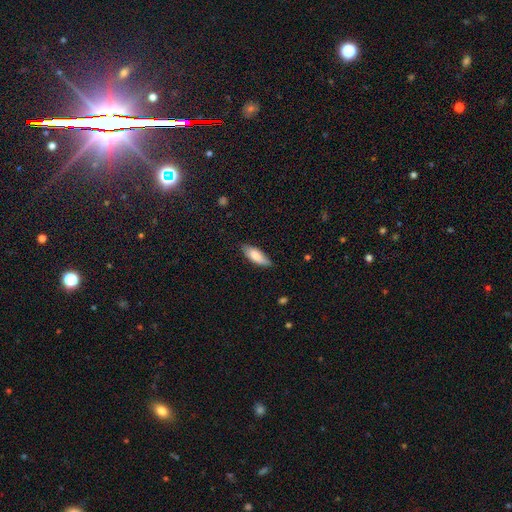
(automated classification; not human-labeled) Smooth or featured? smooth (80%)
How rounded? in between (70%)
Merging? none (79%)